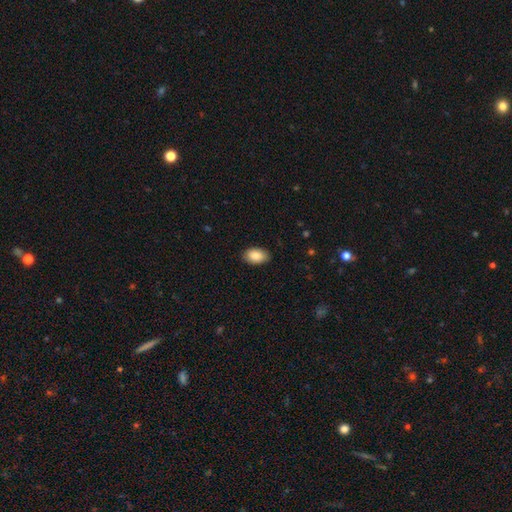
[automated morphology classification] This appears to be a smooth galaxy with no disk features (88%) that is in between round and cigar-shaped (91%). Merging: none (86%).